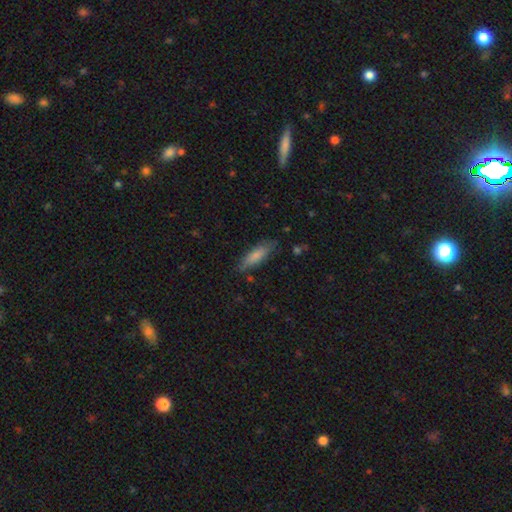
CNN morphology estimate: smooth-or-featured: smooth: 80% | featured or disk: 14% | star or artifact: 6%
  how-rounded: cigar-shaped: 53% | in between: 45% | round: 2%
  merging: none: 76% | minor disturbance: 18% | major disturbance: 4% | merger: 2%